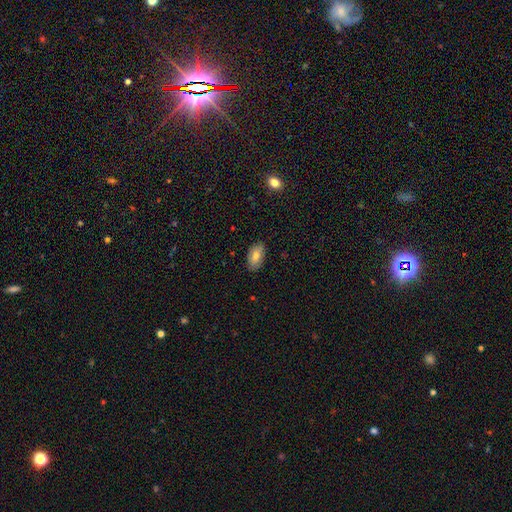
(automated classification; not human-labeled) smooth-or-featured: smooth: 74% | featured or disk: 19% | star or artifact: 7%
  how-rounded: in between: 93% | round: 4% | cigar-shaped: 3%
  merging: none: 86% | minor disturbance: 11% | major disturbance: 2% | merger: 1%